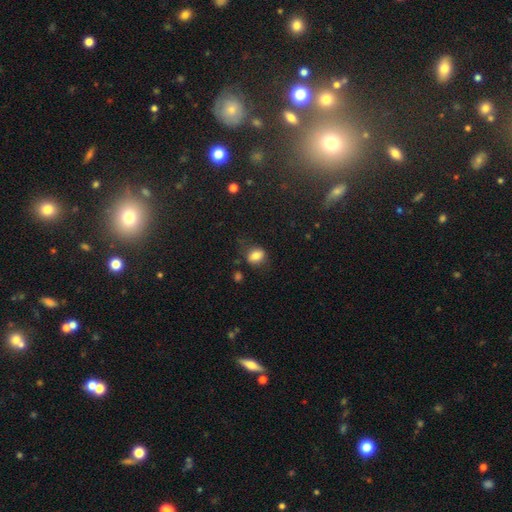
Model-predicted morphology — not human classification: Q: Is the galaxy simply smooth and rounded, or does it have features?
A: smooth — 79%.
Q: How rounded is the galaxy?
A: in between — 60%.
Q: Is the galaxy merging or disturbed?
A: none — 72%.